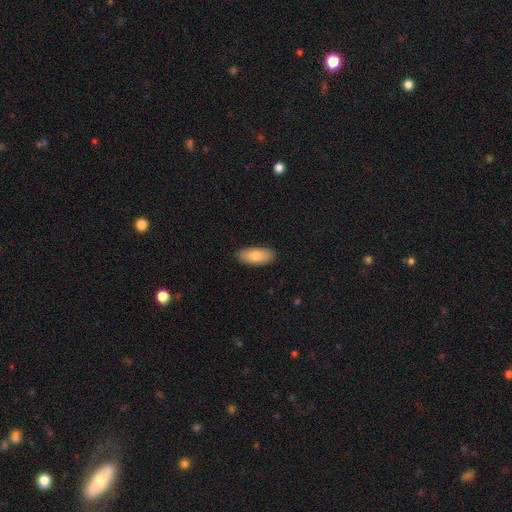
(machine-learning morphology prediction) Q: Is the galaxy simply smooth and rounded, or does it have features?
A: smooth — 82%.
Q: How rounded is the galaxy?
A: in between — 86%.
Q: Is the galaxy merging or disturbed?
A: none — 87%.